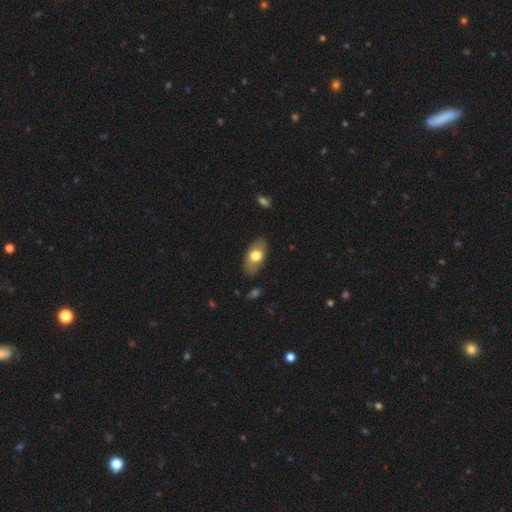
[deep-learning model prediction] smooth_or_featured: smooth (p=0.68) [alt: featured or disk p=0.25]
how_rounded: in between (p=0.90) [alt: round p=0.06]
merging: none (p=0.84) [alt: minor disturbance p=0.12]